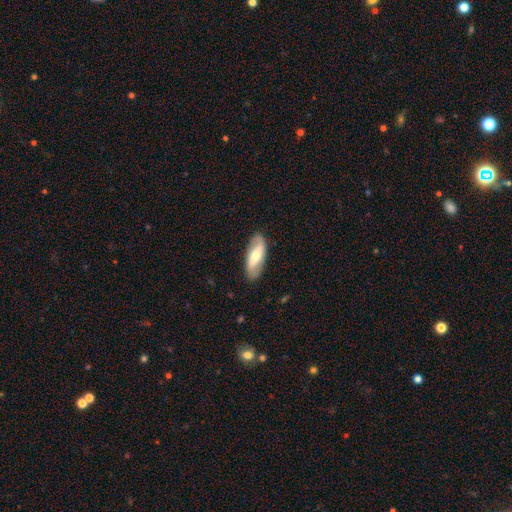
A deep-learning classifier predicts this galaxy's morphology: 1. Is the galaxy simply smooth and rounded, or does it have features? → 52% featured or disk, 43% smooth, 5% star or artifact.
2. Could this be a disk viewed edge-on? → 83% no, 17% yes.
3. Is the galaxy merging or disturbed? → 85% none, 11% minor disturbance, 3% major disturbance, 1% merger.